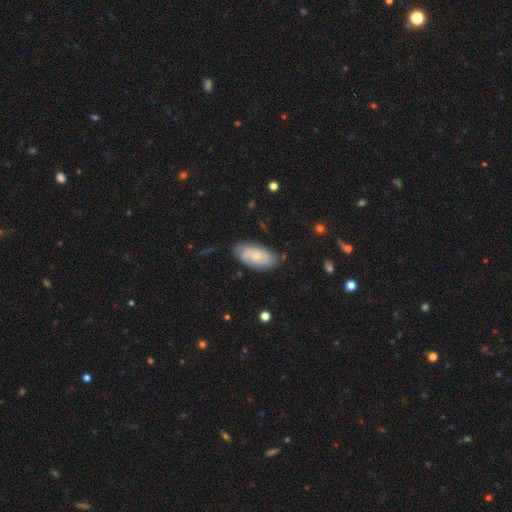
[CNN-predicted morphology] type=featured or disk (52%); edge-on=no (92%); merging=none (69%).